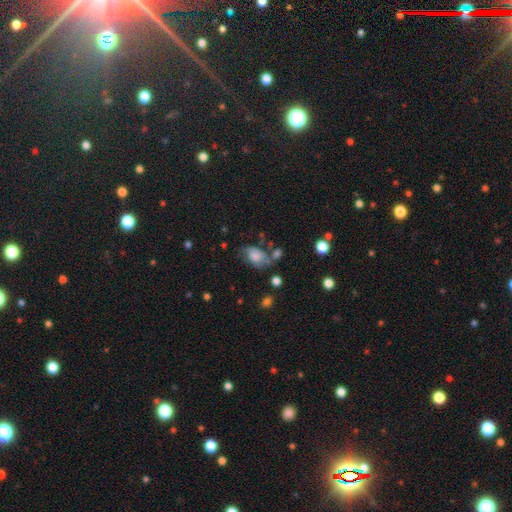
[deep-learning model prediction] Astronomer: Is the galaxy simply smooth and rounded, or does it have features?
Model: smooth — 60%.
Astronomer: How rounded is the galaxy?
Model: in between — 85%.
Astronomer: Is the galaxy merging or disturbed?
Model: none — 38% (runner-up: minor disturbance, 28%).